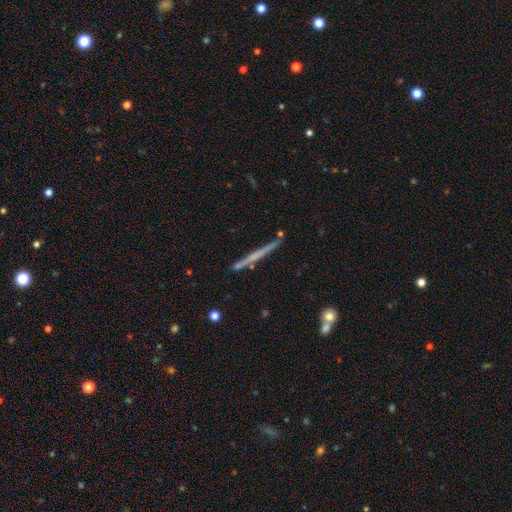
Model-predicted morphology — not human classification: smooth_or_featured: featured or disk (p=0.57) [alt: smooth p=0.37]
disk_edge_on: yes (p=0.97) [alt: no p=0.03]
edge_on_bulge: none (p=0.81) [alt: rounded p=0.13]
merging: none (p=0.84) [alt: minor disturbance p=0.10]